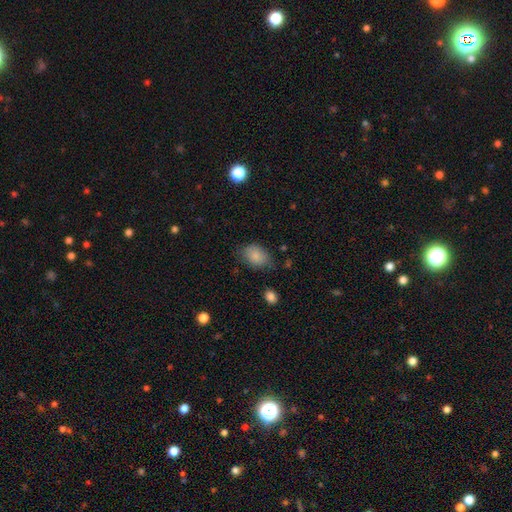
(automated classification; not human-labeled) smooth-or-featured: smooth: 84% | star or artifact: 8% | featured or disk: 7%
  how-rounded: in between: 78% | round: 21% | cigar-shaped: 1%
  merging: none: 67% | minor disturbance: 25% | major disturbance: 6% | merger: 2%